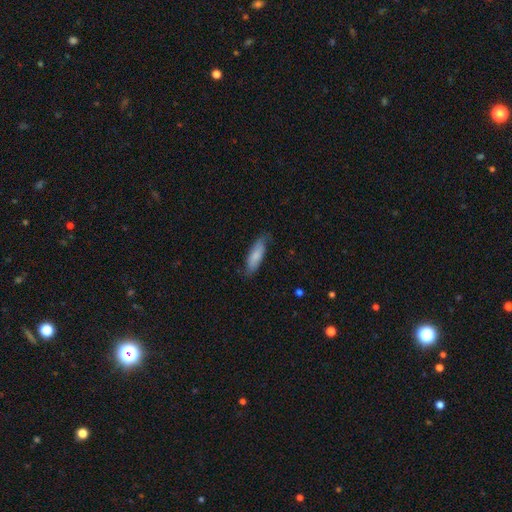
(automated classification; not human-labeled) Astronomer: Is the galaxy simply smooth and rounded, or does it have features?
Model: smooth — 78%.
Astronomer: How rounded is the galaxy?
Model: in between — 50% (runner-up: cigar-shaped, 48%).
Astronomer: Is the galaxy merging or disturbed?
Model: none — 75%.